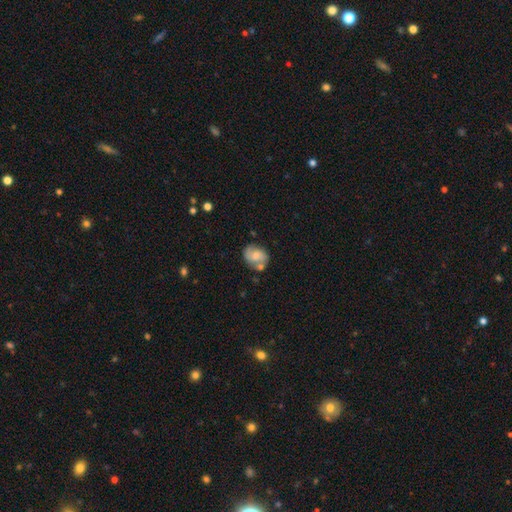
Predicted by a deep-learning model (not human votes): Overall: smooth (47%; featured or disk 45%). Merging: none (57%; minor disturbance 21%).